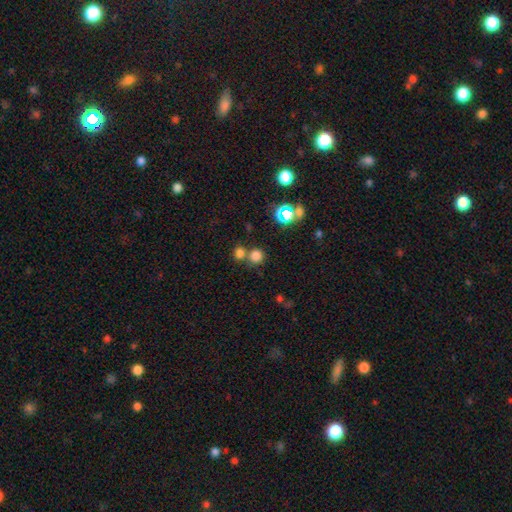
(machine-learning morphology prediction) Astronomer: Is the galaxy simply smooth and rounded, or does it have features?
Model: smooth — 74%.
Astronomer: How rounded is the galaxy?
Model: round — 88%.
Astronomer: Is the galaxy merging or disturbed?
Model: none — 60%.